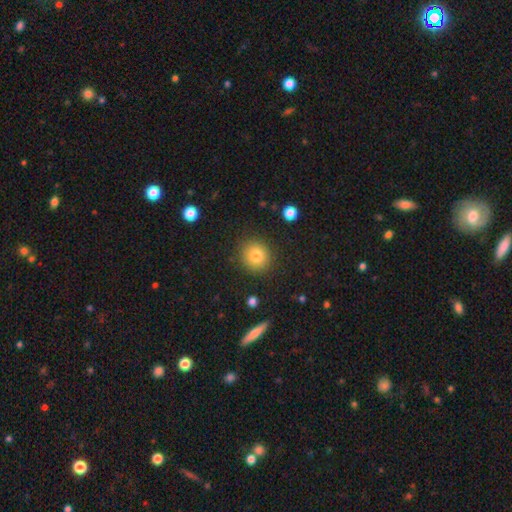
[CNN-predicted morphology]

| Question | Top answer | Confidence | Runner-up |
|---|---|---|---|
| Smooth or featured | smooth | 79% | star or artifact (12%) |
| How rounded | round | 88% | in between (11%) |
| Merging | none | 88% | minor disturbance (7%) |